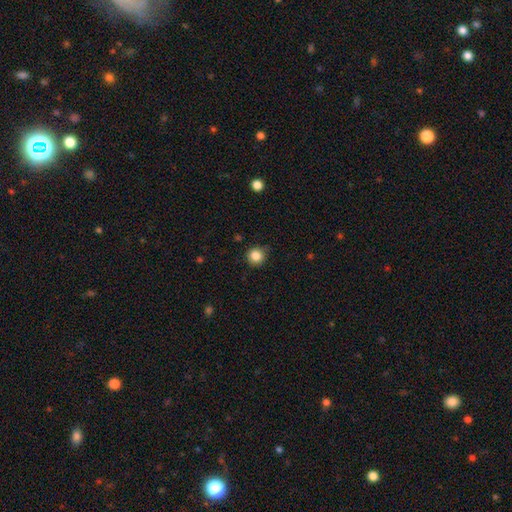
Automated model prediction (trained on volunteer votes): Smooth or featured? Predicted: smooth (p=0.85). How rounded? Predicted: round (p=0.93). Merging? Predicted: none (p=0.83).